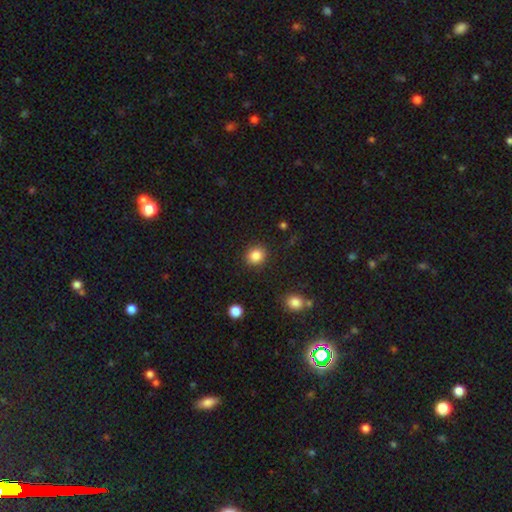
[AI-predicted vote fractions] Smooth or featured? Predicted: smooth (p=0.86). How rounded? Predicted: round (p=0.77). Merging? Predicted: none (p=0.89).